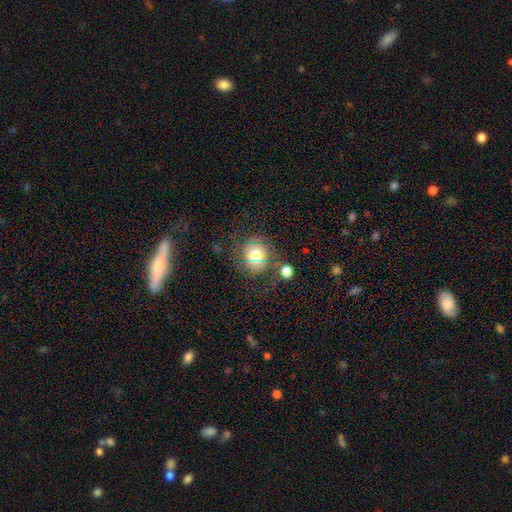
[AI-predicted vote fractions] smooth-or-featured: smooth: 65% | featured or disk: 19% | star or artifact: 16%
  how-rounded: round: 79% | in between: 20% | cigar-shaped: 1%
  merging: none: 63% | minor disturbance: 16% | merger: 12% | major disturbance: 9%